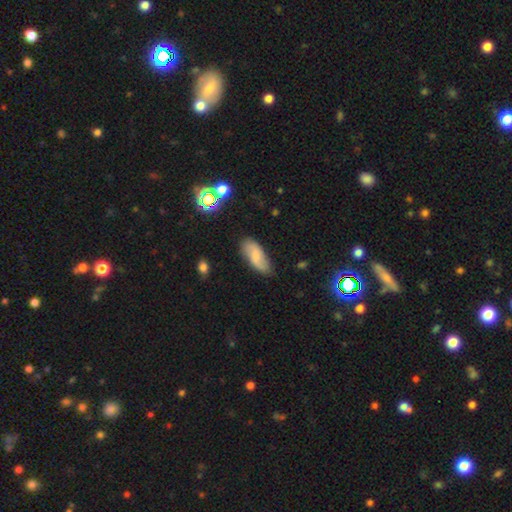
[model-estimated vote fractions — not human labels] Morphology: type=smooth (60%); roundness=in between (82%); merging=none (75%).